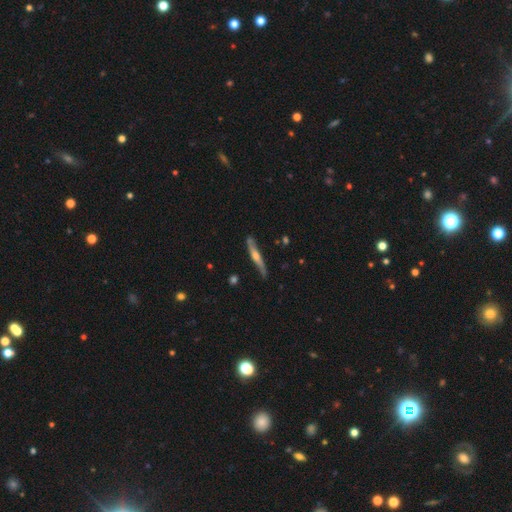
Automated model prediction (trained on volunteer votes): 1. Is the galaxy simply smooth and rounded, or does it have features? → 69% featured or disk, 26% smooth, 5% star or artifact.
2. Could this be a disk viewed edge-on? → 94% yes, 6% no.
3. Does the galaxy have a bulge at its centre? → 82% rounded, 12% none, 6% boxy.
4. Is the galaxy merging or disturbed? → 81% none, 14% minor disturbance, 2% major disturbance, 2% merger.